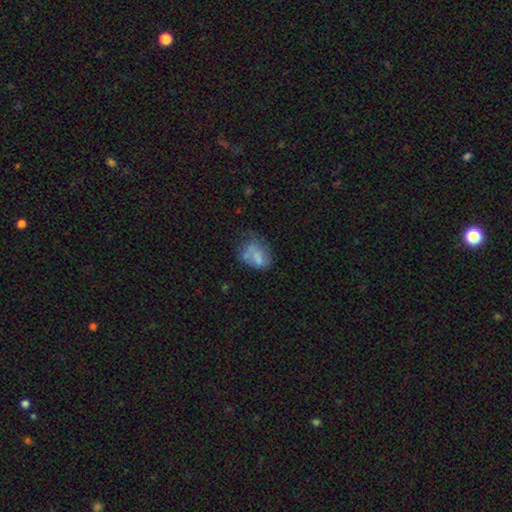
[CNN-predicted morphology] The model was most divided on "merging" (2-way tie): none: 30%, minor disturbance: 30%, major disturbance: 24%, merger: 15%. More confident: how rounded — in between (71%); smooth or featured — smooth (62%).